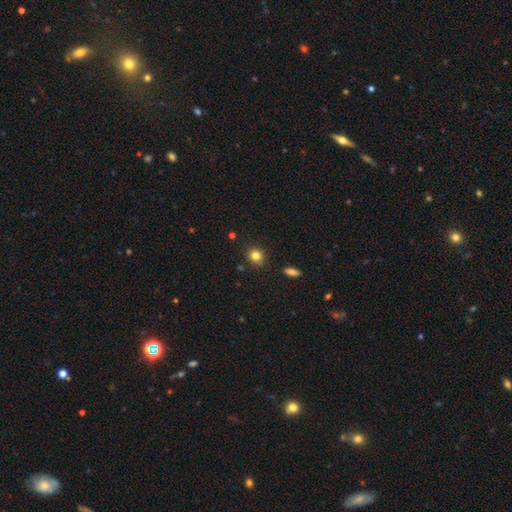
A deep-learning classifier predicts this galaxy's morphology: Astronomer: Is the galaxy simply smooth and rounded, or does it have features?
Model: smooth — 80%.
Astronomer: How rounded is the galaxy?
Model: round — 80%.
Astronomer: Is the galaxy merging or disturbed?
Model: none — 83%.